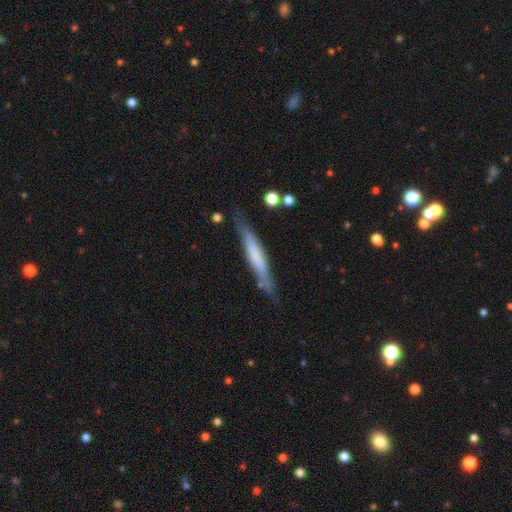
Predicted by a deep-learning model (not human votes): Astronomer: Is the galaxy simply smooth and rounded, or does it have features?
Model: smooth — 51% (runner-up: featured or disk, 43%).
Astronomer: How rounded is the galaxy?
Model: cigar-shaped — 93%.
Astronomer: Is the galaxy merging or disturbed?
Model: none — 78%.